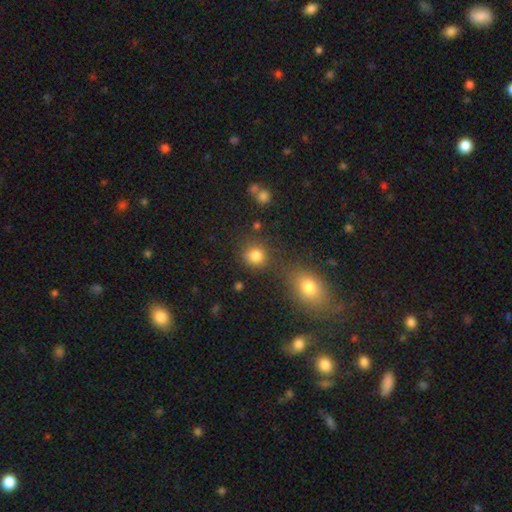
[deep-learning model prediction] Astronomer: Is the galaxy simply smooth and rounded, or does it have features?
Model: smooth — 81%.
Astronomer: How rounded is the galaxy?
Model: round — 83%.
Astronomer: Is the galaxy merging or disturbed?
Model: none — 73%.